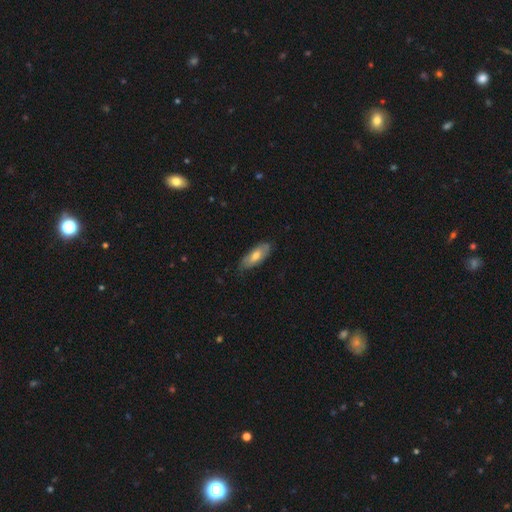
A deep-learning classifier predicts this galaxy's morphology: smooth 63%, featured or disk 31%, star or artifact 6%. Down the decision tree: how rounded — in between (77%); merging — none (72%).